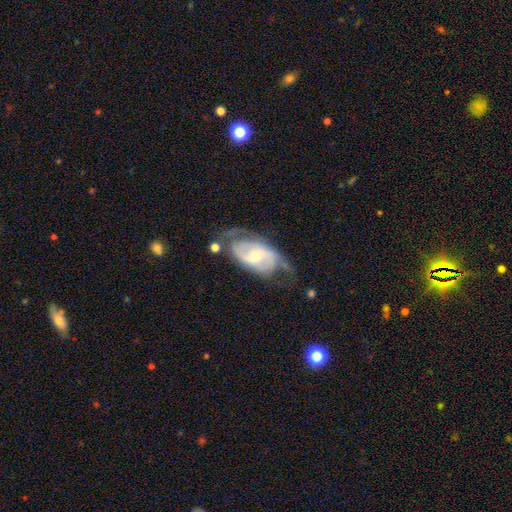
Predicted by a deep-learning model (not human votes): The model was most divided on "bulge size": moderate: 47%, small: 46%, large: 4%, none: 2%, dominant: 1%. Remaining: edge-on disk — no (95%); spiral arms — yes (89%); smooth or featured — featured or disk (79%); spiral arm count — 2 (74%); merging — none (52%); bar — weak (47%); spiral winding — medium (45%).